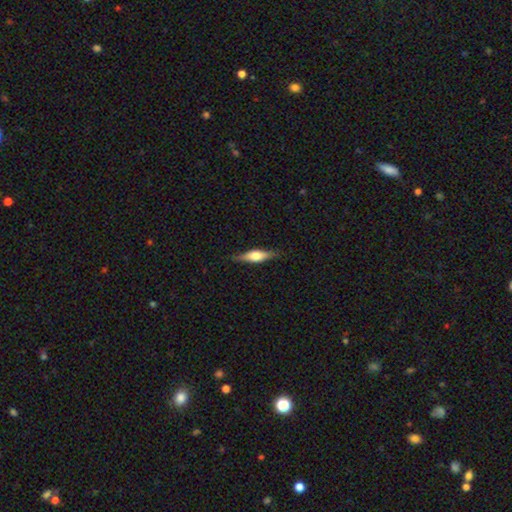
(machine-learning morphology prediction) Q: Smooth or featured?
A: featured or disk (53%); runner-up: smooth (41%)
Q: Edge-on disk?
A: yes (94%); runner-up: no (6%)
Q: Merging?
A: none (86%); runner-up: minor disturbance (11%)